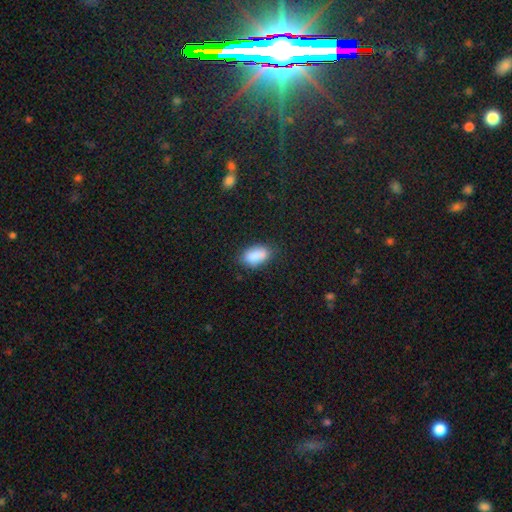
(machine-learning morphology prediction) smooth-or-featured: smooth: 87% | star or artifact: 8% | featured or disk: 5%
  how-rounded: in between: 91% | round: 6% | cigar-shaped: 3%
  merging: none: 73% | minor disturbance: 20% | major disturbance: 5% | merger: 3%